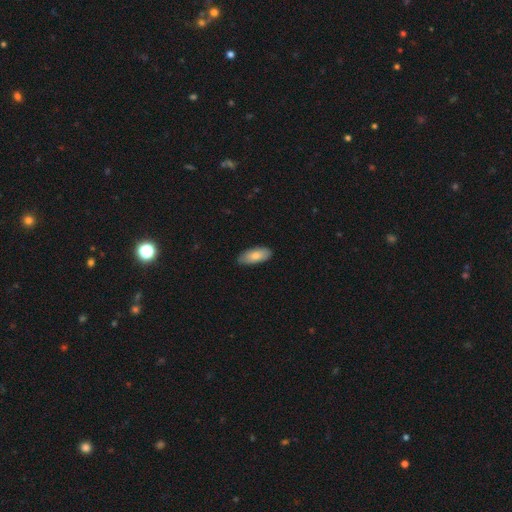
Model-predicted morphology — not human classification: smooth_or_featured: smooth (p=0.77) [alt: featured or disk p=0.17]
how_rounded: in between (p=0.86) [alt: cigar-shaped p=0.12]
merging: none (p=0.84) [alt: minor disturbance p=0.14]